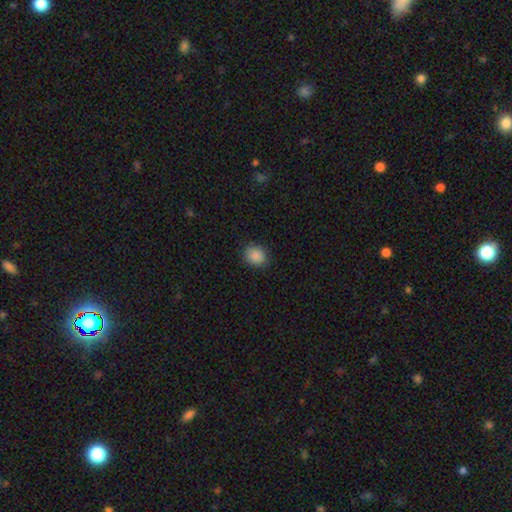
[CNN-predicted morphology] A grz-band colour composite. It shows a smooth galaxy with no disk features (88%) that is round (59%). Merging: none (87%).